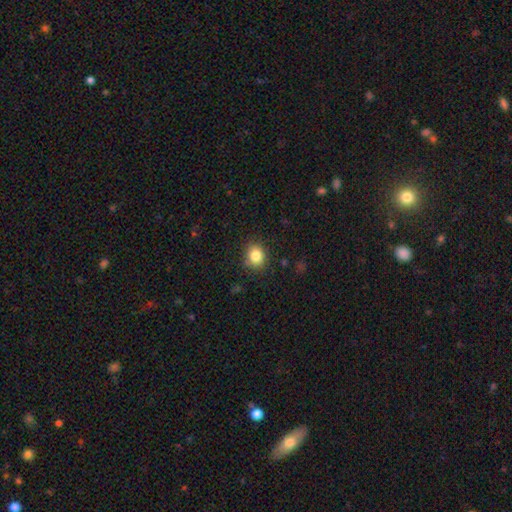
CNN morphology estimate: A smooth galaxy with no disk features (84%) that is round (67%). Merging: none (84%).